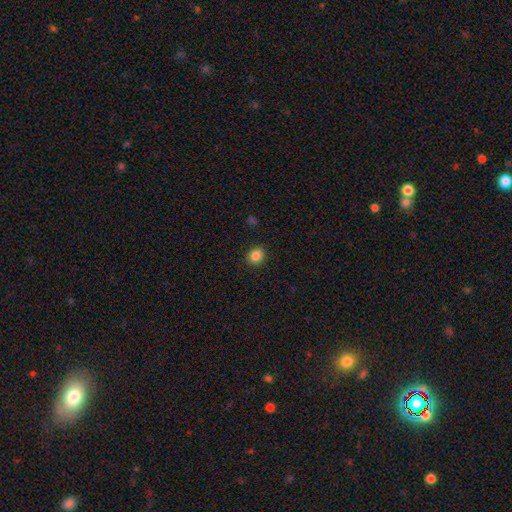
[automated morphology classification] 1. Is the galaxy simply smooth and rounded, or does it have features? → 85% smooth, 11% star or artifact, 4% featured or disk.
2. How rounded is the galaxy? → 74% round, 25% in between, 1% cigar-shaped.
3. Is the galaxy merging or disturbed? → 91% none, 6% minor disturbance, 2% major disturbance, 1% merger.